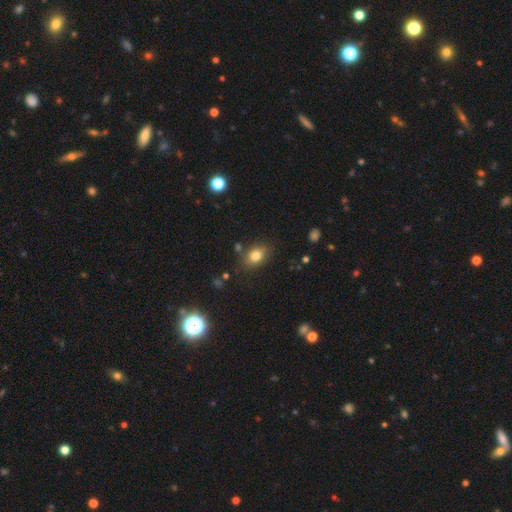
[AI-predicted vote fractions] A smooth galaxy with no disk features (79%) that is in between round and cigar-shaped (68%). Merging: none (78%).